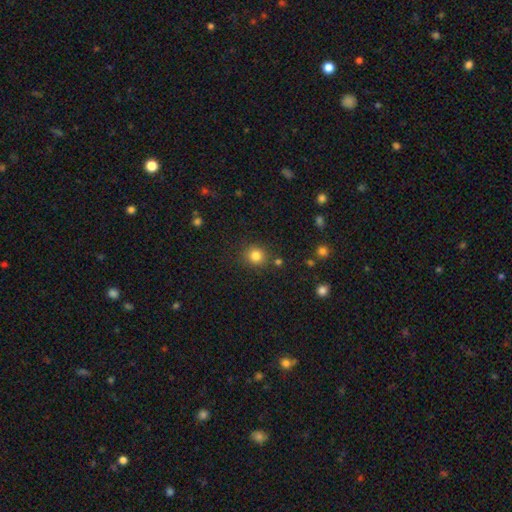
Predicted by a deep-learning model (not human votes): smooth_or_featured: smooth (p=0.82) [alt: star or artifact p=0.12]
how_rounded: round (p=0.86) [alt: in between p=0.13]
merging: none (p=0.84) [alt: minor disturbance p=0.09]